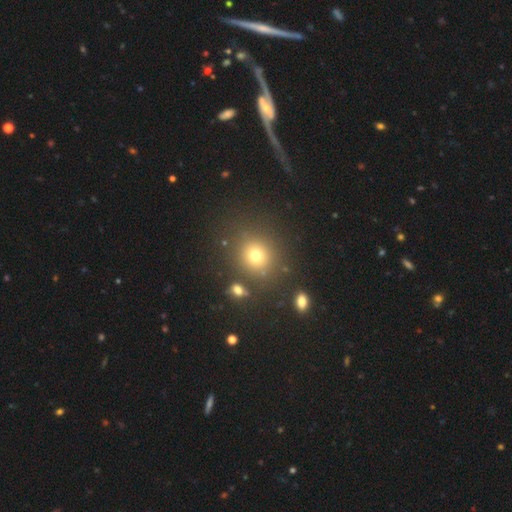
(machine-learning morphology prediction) Q: Smooth or featured?
A: smooth (72%); runner-up: star or artifact (19%)
Q: How rounded?
A: round (86%); runner-up: in between (13%)
Q: Merging?
A: none (81%); runner-up: minor disturbance (9%)